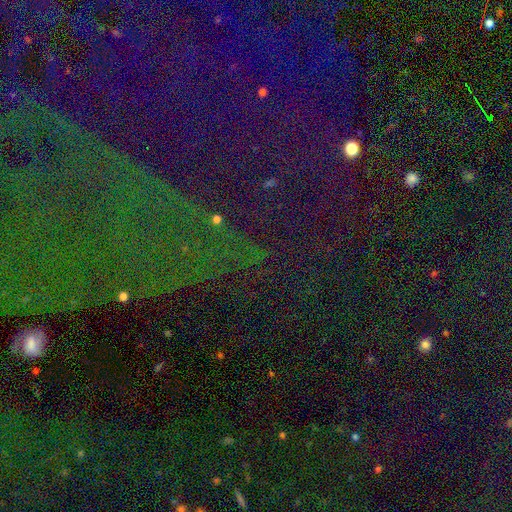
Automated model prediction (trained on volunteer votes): This is clearly a star or artifact rather than a galaxy (82%).